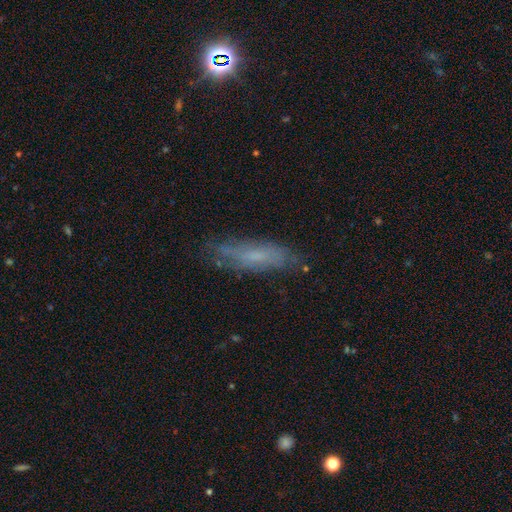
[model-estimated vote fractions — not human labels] Smooth or featured? Predicted: smooth (p=0.49). Merging? Predicted: none (p=0.73).